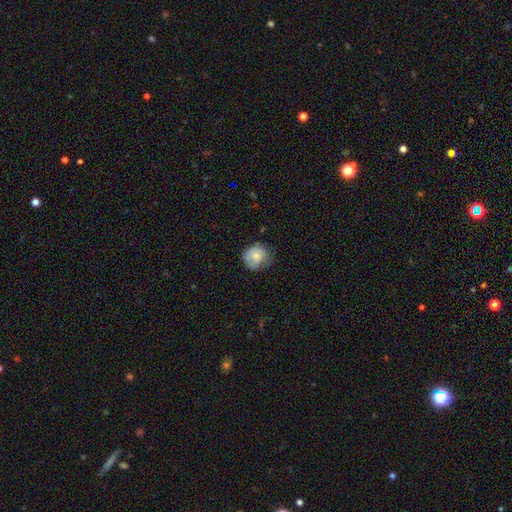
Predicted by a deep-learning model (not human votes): A smooth galaxy with no disk features (75%) that is round (80%). Merging: none (63%).